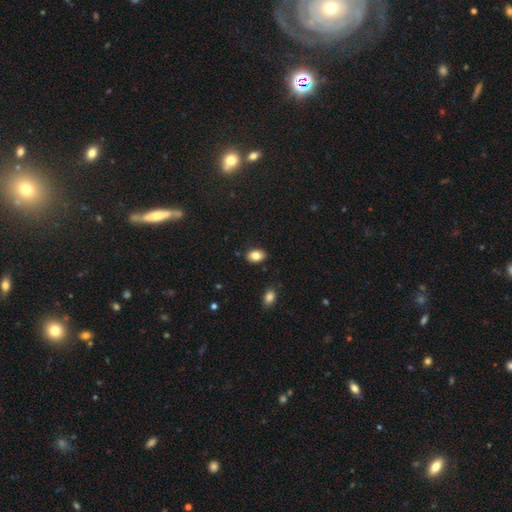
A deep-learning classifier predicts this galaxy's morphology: type=smooth (84%); roundness=in between (84%); merging=none (87%).